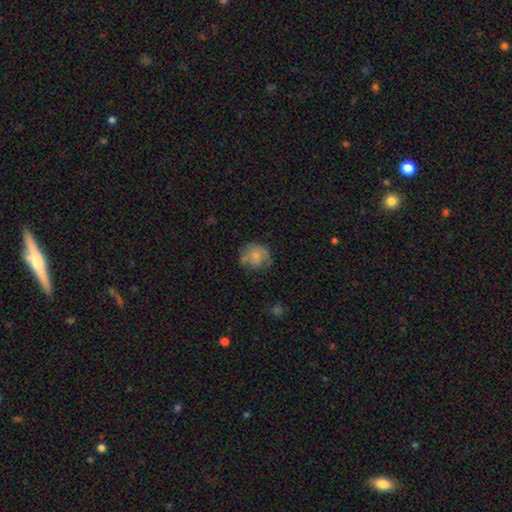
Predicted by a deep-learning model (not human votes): This is likely a smooth galaxy (68%). How rounded: clearly round (81%). Merging: possibly none (58%).